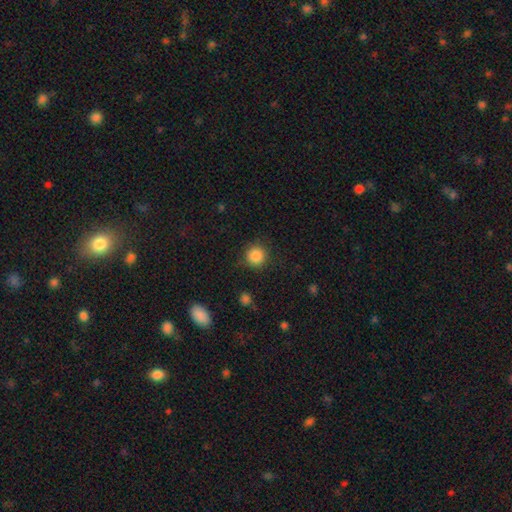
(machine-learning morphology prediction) smooth 87%, star or artifact 10%, featured or disk 3%. Down the decision tree: how rounded — round (94%); merging — none (87%).